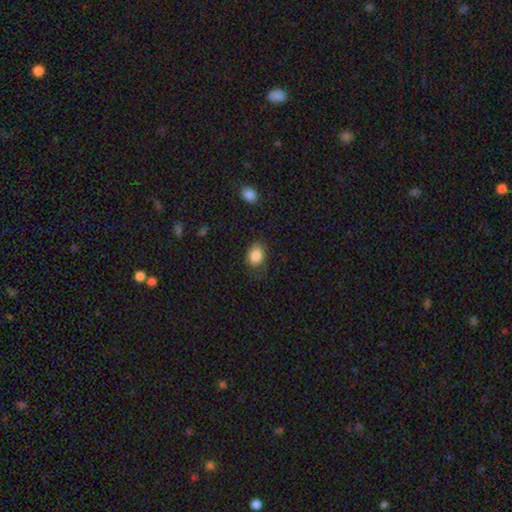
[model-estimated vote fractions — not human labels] Smooth or featured? Predicted: smooth (p=0.86). How rounded? Predicted: in between (p=0.72). Merging? Predicted: none (p=0.68).